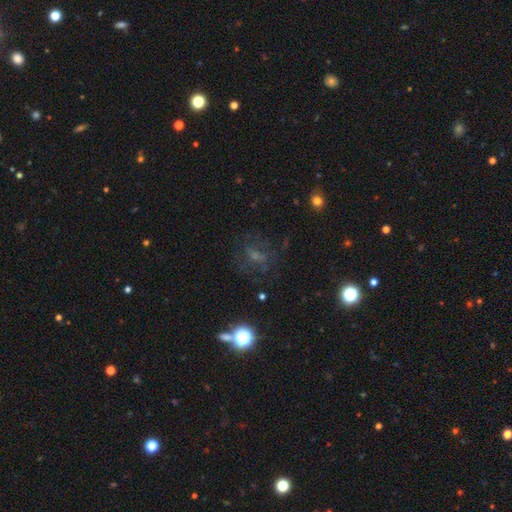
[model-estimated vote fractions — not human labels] Overall: featured or disk (34%; smooth 33%). Merging: none (65%).